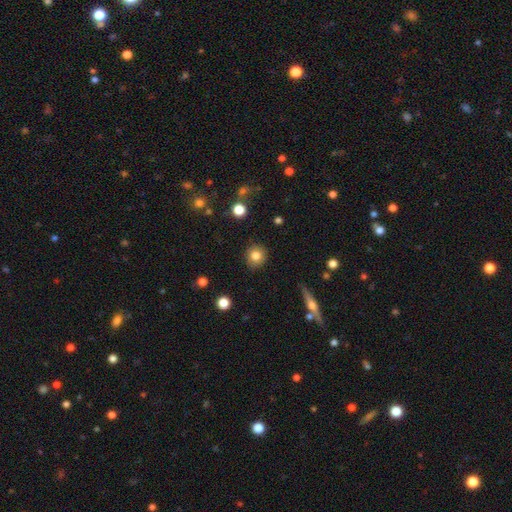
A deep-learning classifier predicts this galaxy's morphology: Smooth or featured: smooth — 82% (star or artifact — 10%)
How rounded: round — 87% (in between — 12%)
Merging: none — 88% (minor disturbance — 8%)